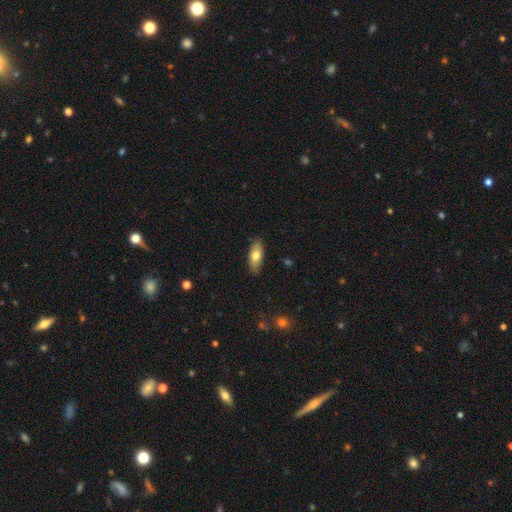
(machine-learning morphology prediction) Overall: smooth (73%). How rounded: in between (79%). Merging: none (86%).